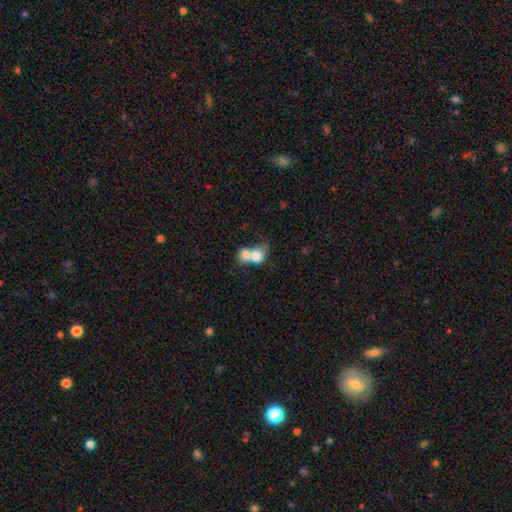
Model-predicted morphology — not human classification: Smooth or featured? Predicted: smooth (p=0.74). How rounded? Predicted: in between (p=0.51). Merging? Predicted: merger (p=0.77).